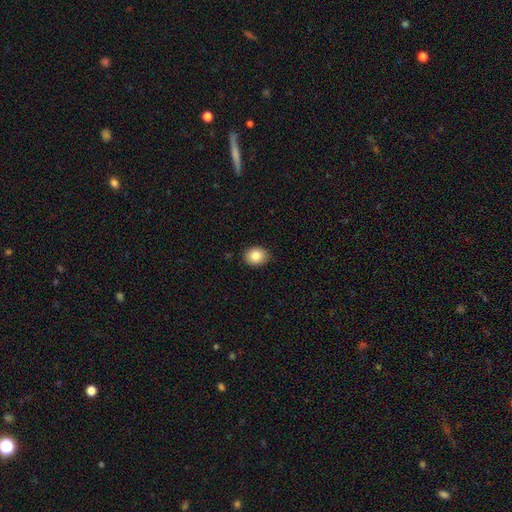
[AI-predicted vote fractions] This is clearly a smooth galaxy (83%). How rounded: possibly round (58%). Merging: clearly none (88%).